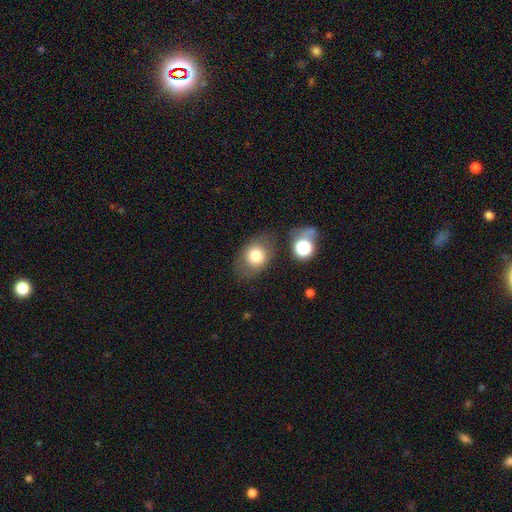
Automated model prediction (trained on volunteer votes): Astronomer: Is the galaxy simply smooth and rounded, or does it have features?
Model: smooth — 77%.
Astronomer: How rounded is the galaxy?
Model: in between — 59% (runner-up: round, 40%).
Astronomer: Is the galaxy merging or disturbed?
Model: none — 72%.